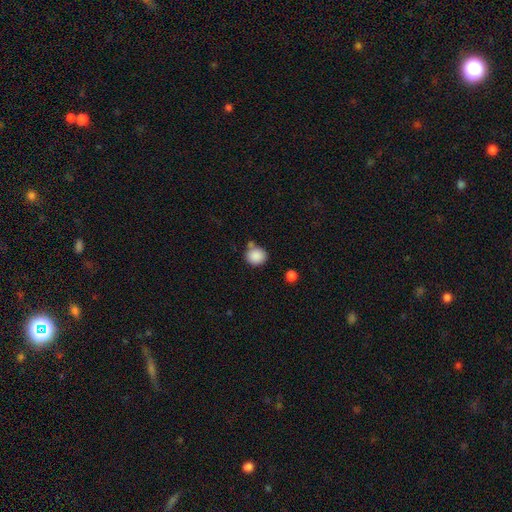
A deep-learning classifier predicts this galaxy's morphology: smooth 88%, star or artifact 9%, featured or disk 4%. Down the decision tree: how rounded — round (81%); merging — none (67%).